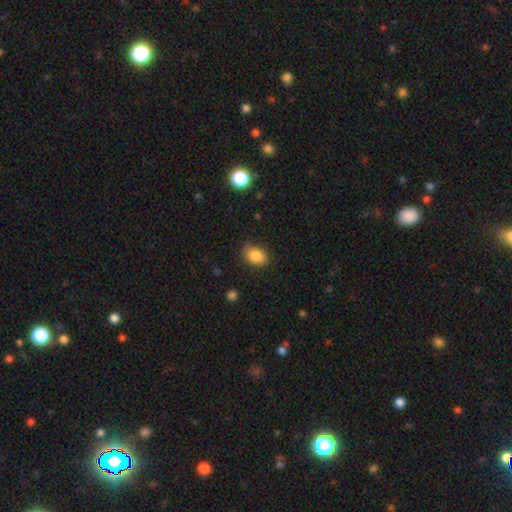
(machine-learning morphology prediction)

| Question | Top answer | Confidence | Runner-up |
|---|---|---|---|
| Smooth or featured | smooth | 84% | star or artifact (9%) |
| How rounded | in between | 77% | round (22%) |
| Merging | none | 76% | minor disturbance (18%) |